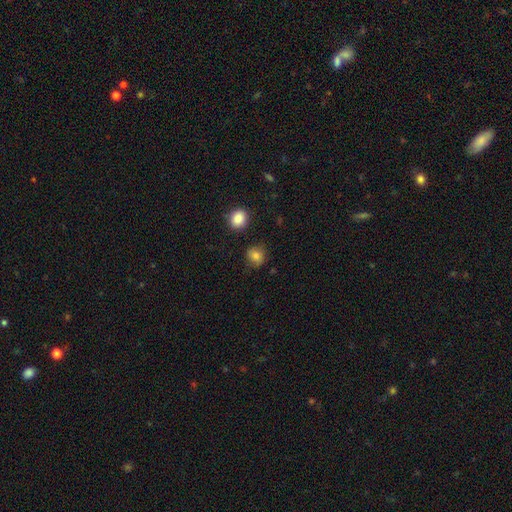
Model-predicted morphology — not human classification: smooth_or_featured: smooth (p=0.80) [alt: star or artifact p=0.12]
how_rounded: round (p=0.80) [alt: in between p=0.19]
merging: none (p=0.77) [alt: minor disturbance p=0.16]